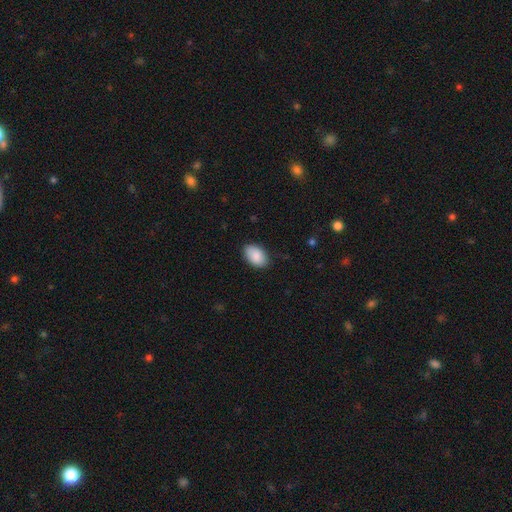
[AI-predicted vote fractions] smooth-or-featured: smooth: 89% | star or artifact: 6% | featured or disk: 5%
  how-rounded: in between: 92% | round: 7% | cigar-shaped: 1%
  merging: none: 83% | minor disturbance: 13% | major disturbance: 2% | merger: 1%